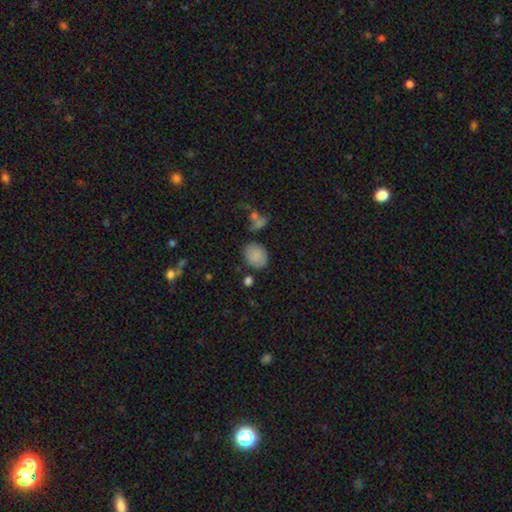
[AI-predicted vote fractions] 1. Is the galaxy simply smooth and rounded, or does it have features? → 84% smooth, 10% star or artifact, 6% featured or disk.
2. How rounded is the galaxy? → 54% in between, 45% round, 1% cigar-shaped.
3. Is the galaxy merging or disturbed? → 75% none, 15% minor disturbance, 6% merger, 4% major disturbance.